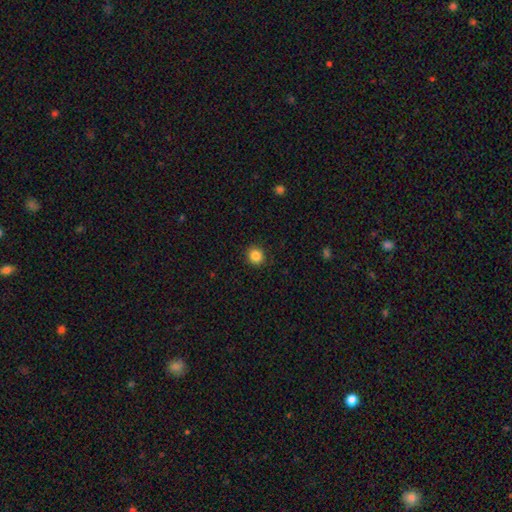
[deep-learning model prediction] Smooth or featured: smooth — 86% (star or artifact — 10%)
How rounded: round — 91% (in between — 8%)
Merging: none — 91% (minor disturbance — 6%)